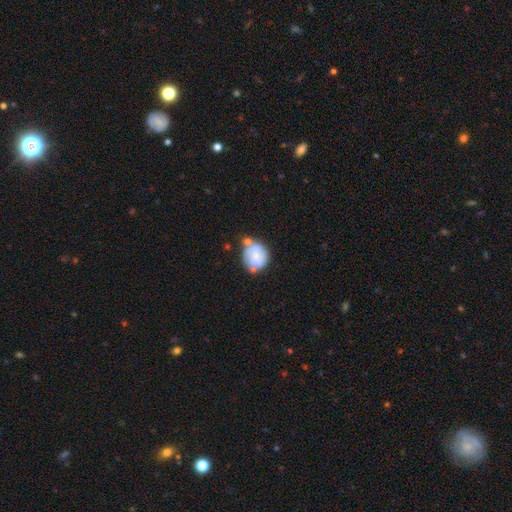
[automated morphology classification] Overall: smooth (70%). How rounded: round (70%). Merging: none (44%; minor disturbance 25%).